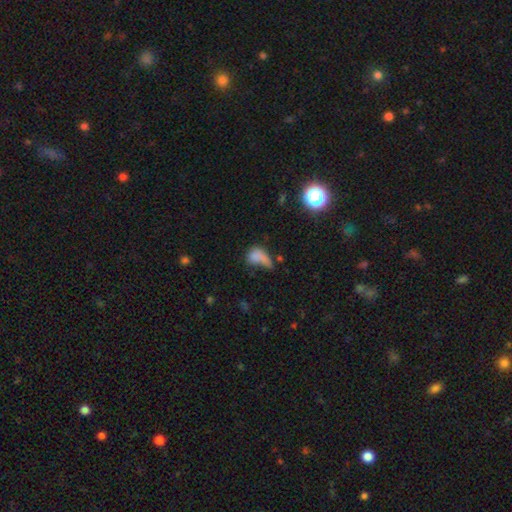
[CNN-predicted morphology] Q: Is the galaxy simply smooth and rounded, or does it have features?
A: smooth — 71%.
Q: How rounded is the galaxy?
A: in between — 74%.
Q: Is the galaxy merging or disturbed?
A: major disturbance — 37%.